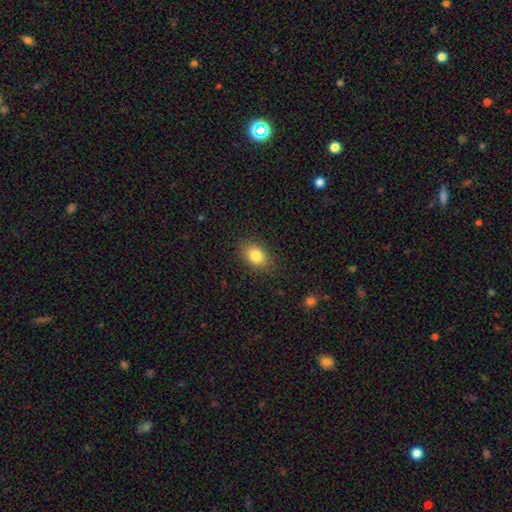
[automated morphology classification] Q: Smooth or featured?
A: smooth (83%); runner-up: star or artifact (9%)
Q: How rounded?
A: in between (77%); runner-up: round (21%)
Q: Merging?
A: none (86%); runner-up: minor disturbance (11%)